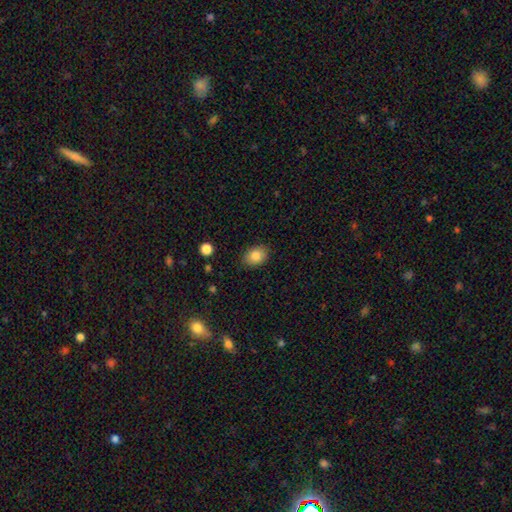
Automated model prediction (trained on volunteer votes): This appears to be a smooth galaxy with no disk features (84%) that is in between round and cigar-shaped (69%). Merging: none (85%).